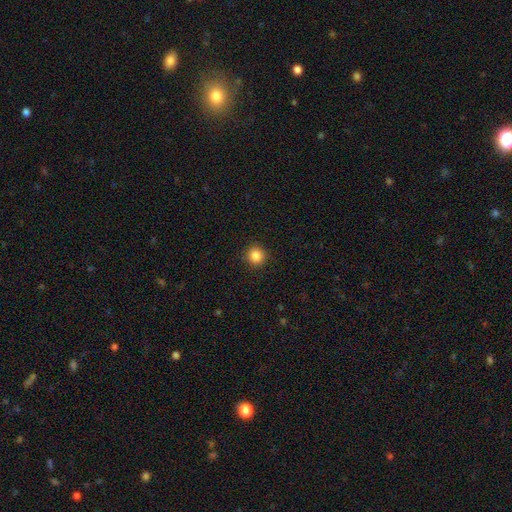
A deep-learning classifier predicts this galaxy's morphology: Overall: smooth (86%). How rounded: round (92%). Merging: none (92%).